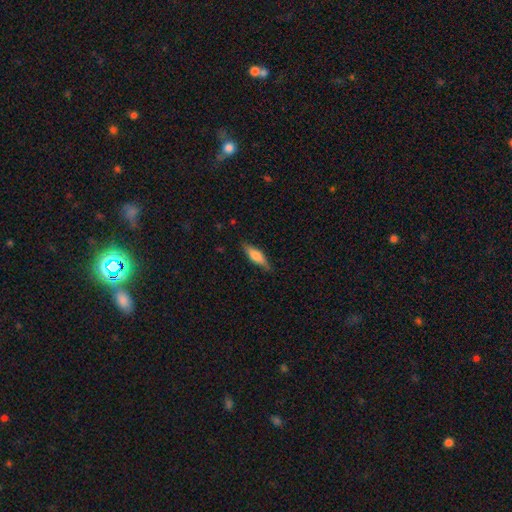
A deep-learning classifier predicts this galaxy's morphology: Overall: smooth (65%; featured or disk 29%). How rounded: cigar-shaped (55%; in between 43%). Merging: none (82%).